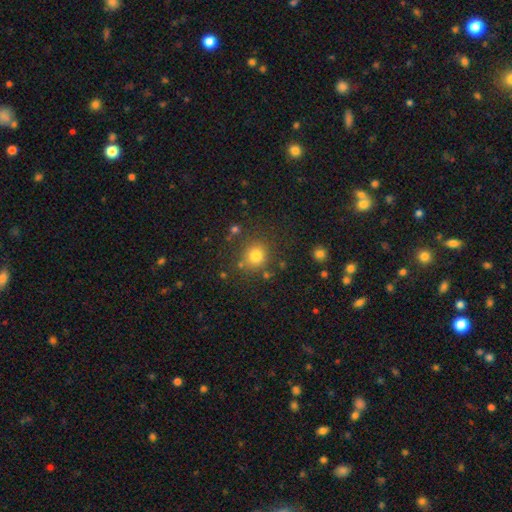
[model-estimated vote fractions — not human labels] Smooth or featured? Predicted: smooth (p=0.79). How rounded? Predicted: round (p=0.87). Merging? Predicted: none (p=0.80).